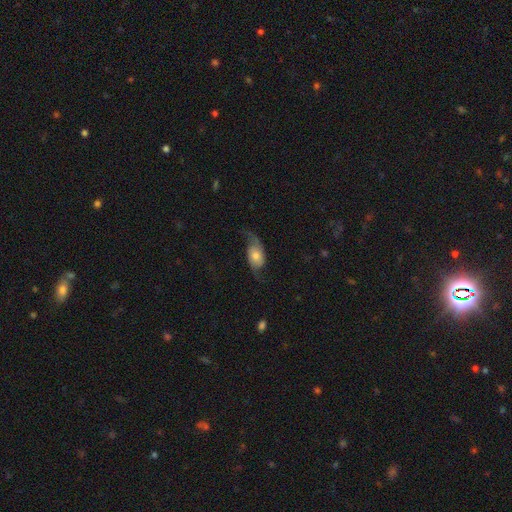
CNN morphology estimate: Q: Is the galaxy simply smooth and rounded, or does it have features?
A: featured or disk — 67%.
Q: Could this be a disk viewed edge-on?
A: no — 93%.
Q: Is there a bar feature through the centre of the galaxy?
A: no — 70%.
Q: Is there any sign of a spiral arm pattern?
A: yes — 92%.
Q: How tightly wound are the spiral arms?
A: loose — 74%.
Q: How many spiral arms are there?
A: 2 — 89%.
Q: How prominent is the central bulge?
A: moderate — 47%.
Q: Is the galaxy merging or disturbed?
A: none — 61%.